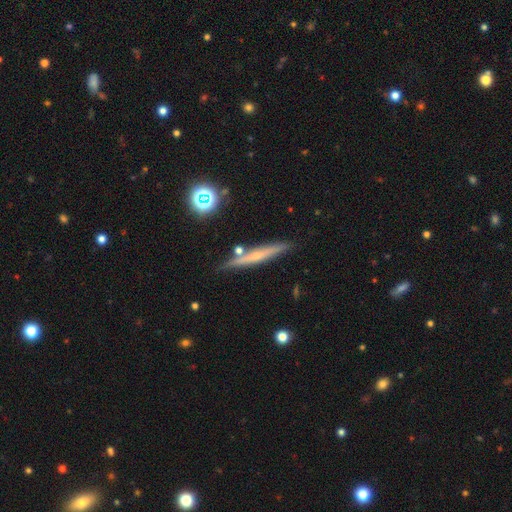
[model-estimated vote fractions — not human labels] smooth_or_featured: featured or disk (p=0.56) [alt: smooth p=0.35]
disk_edge_on: yes (p=0.95) [alt: no p=0.05]
edge_on_bulge: rounded (p=0.51) [alt: none p=0.44]
merging: none (p=0.83) [alt: minor disturbance p=0.10]